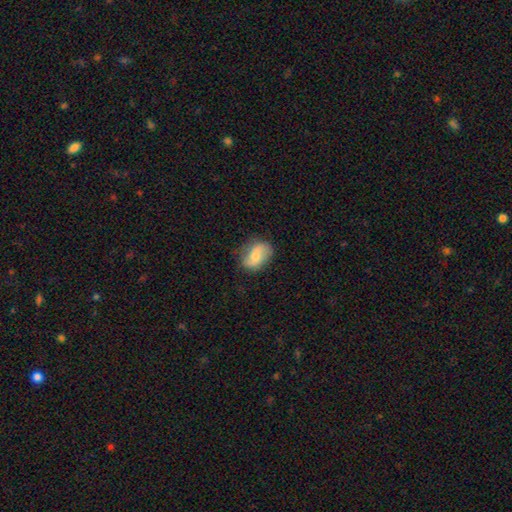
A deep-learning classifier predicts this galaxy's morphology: Overall: smooth (52%; featured or disk 40%). How rounded: in between (76%). Merging: none (73%).